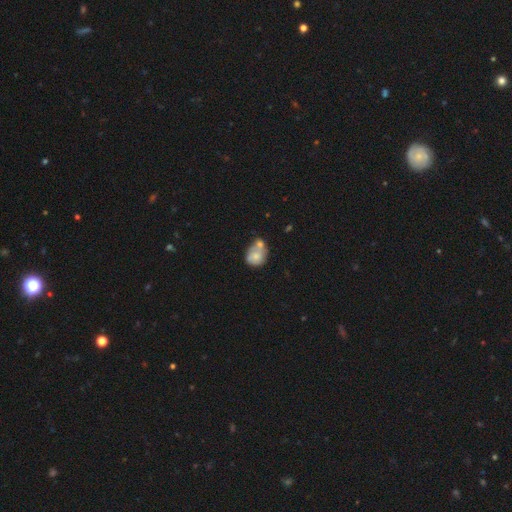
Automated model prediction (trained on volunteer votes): Morphology: type=smooth (66%); roundness=round (57%); merging=merger (53%).